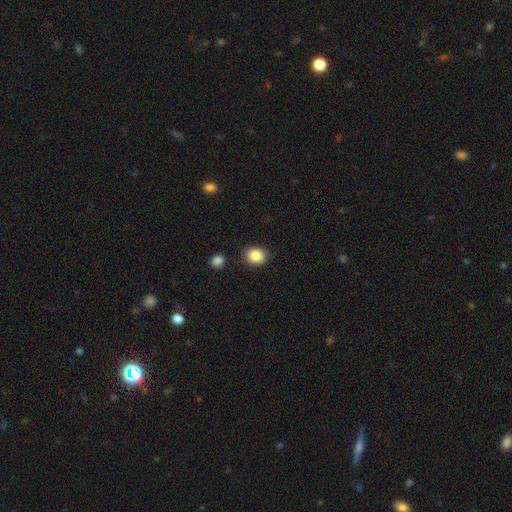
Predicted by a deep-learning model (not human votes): smooth-or-featured: smooth: 87% | star or artifact: 9% | featured or disk: 4%
  how-rounded: round: 70% | in between: 29% | cigar-shaped: 1%
  merging: none: 86% | minor disturbance: 9% | merger: 3% | major disturbance: 2%